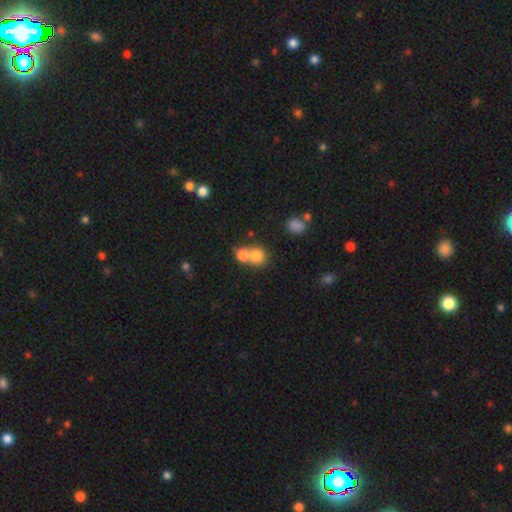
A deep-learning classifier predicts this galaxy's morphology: The model was most divided on "merging": merger: 49%, none: 41%, minor disturbance: 7%, major disturbance: 3%. More confident: how rounded — round (82%); smooth or featured — smooth (79%).